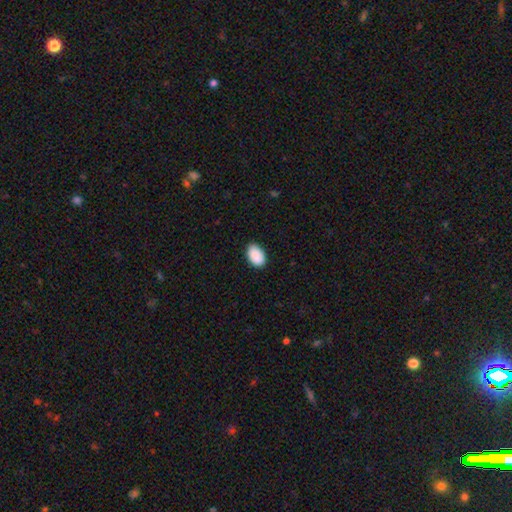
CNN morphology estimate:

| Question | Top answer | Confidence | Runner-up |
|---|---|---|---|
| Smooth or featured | smooth | 91% | star or artifact (7%) |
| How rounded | in between | 91% | round (8%) |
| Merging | none | 83% | minor disturbance (14%) |